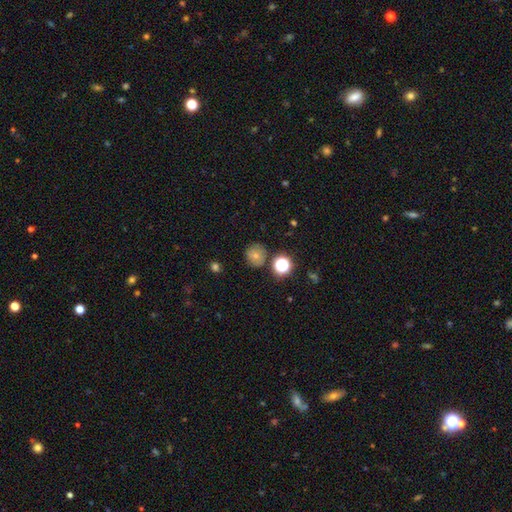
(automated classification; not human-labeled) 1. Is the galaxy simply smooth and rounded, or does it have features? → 70% smooth, 18% star or artifact, 12% featured or disk.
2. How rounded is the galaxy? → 86% round, 13% in between, 1% cigar-shaped.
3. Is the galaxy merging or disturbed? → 76% none, 13% minor disturbance, 6% merger, 4% major disturbance.